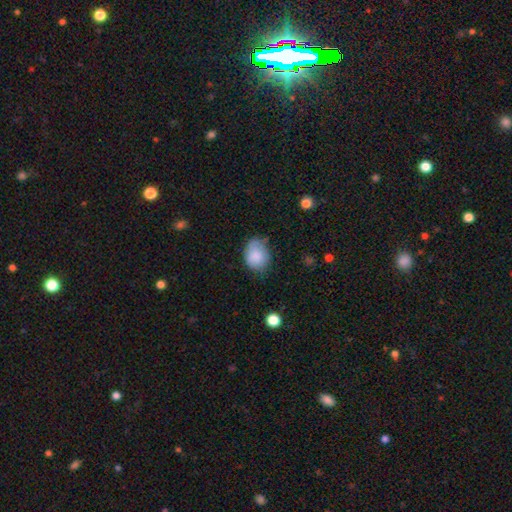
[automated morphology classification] The model was most divided on "how rounded": in between: 57%, round: 42%, cigar-shaped: 1%. More confident: smooth or featured — smooth (83%); merging — none (54%).